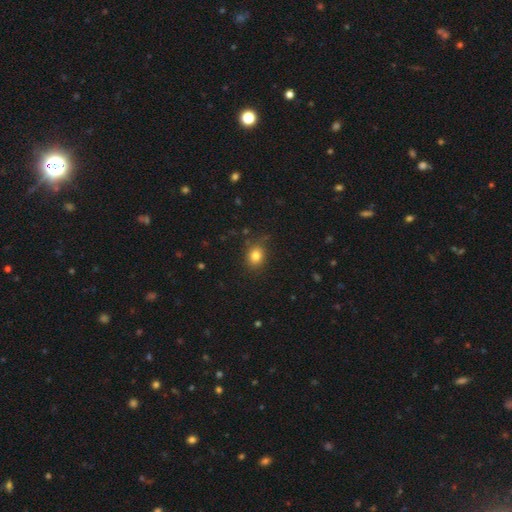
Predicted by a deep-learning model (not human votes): Q: Smooth or featured?
A: smooth (81%); runner-up: star or artifact (12%)
Q: How rounded?
A: round (58%); runner-up: in between (42%)
Q: Merging?
A: none (80%); runner-up: minor disturbance (14%)